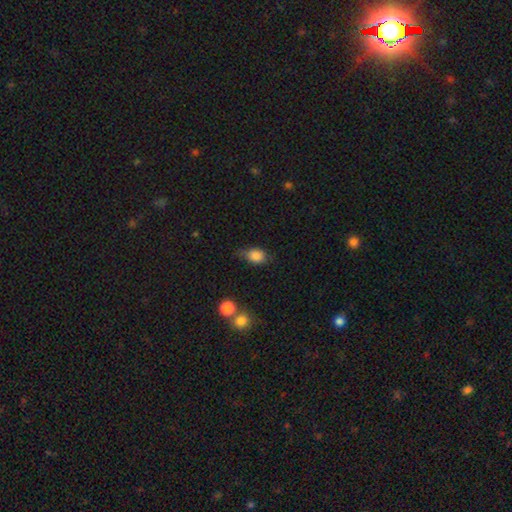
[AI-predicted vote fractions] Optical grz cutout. It shows a smooth galaxy with no disk features (84%) that is in between round and cigar-shaped (67%). Merging: none (51%).